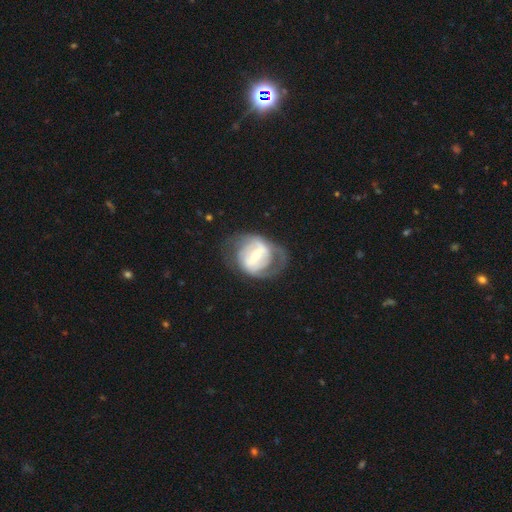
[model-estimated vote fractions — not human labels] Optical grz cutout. It shows a featured or disk galaxy (75%) with a strong bar (50%), spiral arms (69%) and a small central bulge (46%). Merging: none (58%).